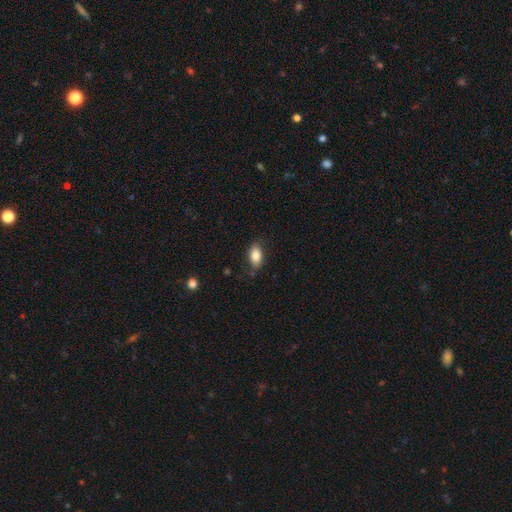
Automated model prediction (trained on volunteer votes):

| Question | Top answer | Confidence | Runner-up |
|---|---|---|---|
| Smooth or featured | smooth | 82% | featured or disk (11%) |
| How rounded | in between | 89% | round (7%) |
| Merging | none | 78% | minor disturbance (16%) |